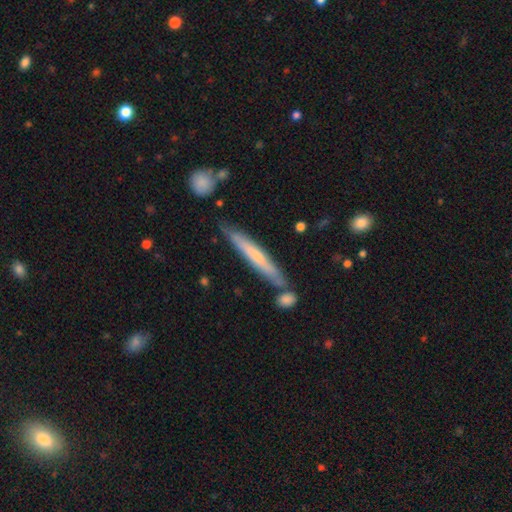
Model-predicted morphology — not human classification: This is possibly a smooth galaxy (50%). How rounded: clearly cigar-shaped (95%). Merging: likely none (73%).